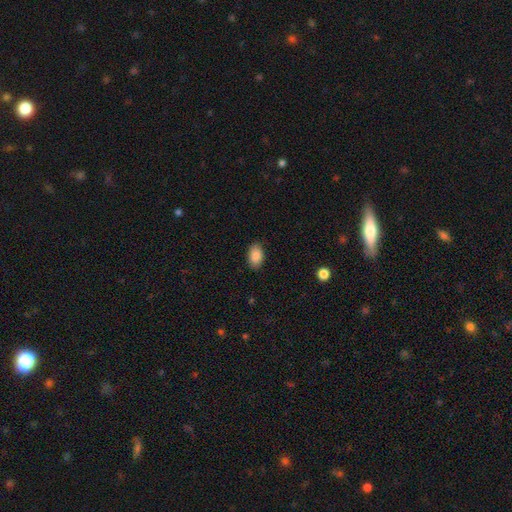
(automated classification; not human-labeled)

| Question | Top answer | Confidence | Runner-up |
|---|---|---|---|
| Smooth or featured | smooth | 89% | star or artifact (7%) |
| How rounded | in between | 91% | round (7%) |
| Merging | none | 87% | minor disturbance (10%) |